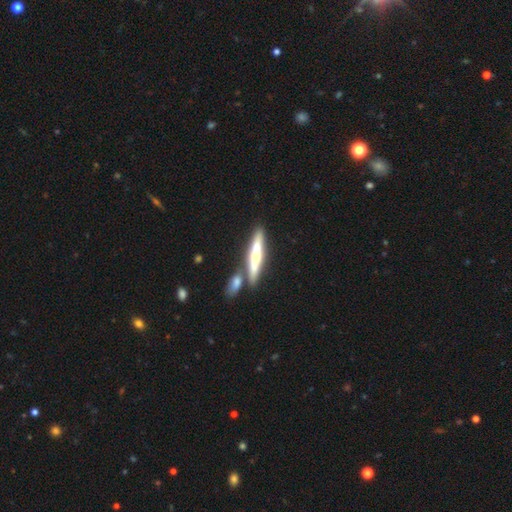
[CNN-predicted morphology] smooth-or-featured: featured or disk: 51% | smooth: 43% | star or artifact: 6%
  disk-edge-on: yes: 88% | no: 12%
  merging: none: 61% | merger: 23% | minor disturbance: 12% | major disturbance: 4%